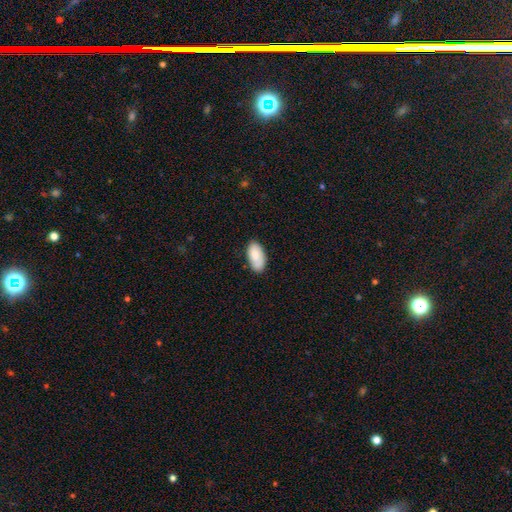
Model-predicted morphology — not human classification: Smooth or featured?
  - smooth: 82% *
  - featured or disk: 12%
  - star or artifact: 6%
How rounded?
  - in between: 94% *
  - cigar-shaped: 3%
  - round: 2%
Merging?
  - none: 77% *
  - minor disturbance: 18%
  - major disturbance: 3%
  - merger: 2%